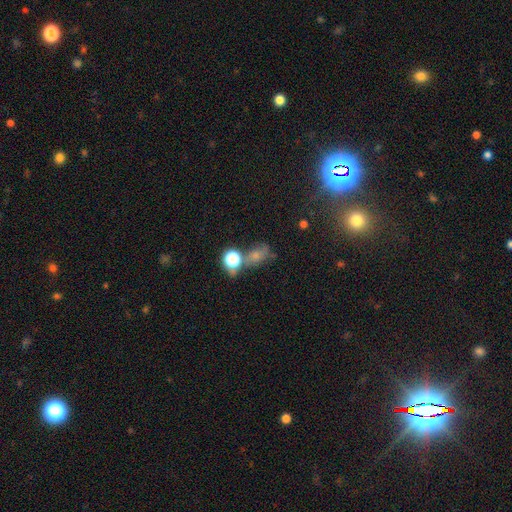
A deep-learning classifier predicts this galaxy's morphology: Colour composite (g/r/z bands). It shows a smooth galaxy with no disk features (60%) that is in between round and cigar-shaped (60%). Merging: none (40%).